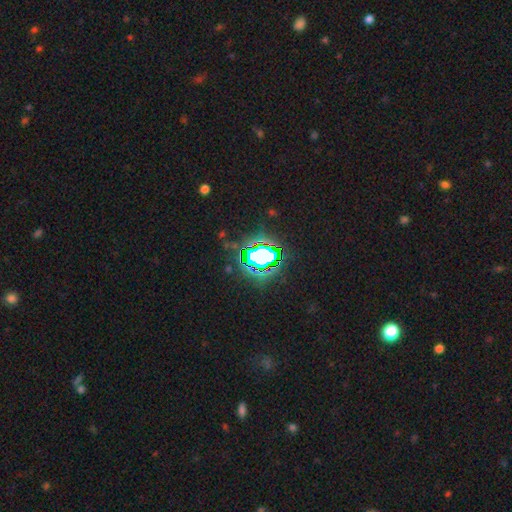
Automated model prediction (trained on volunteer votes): Q: Smooth or featured?
A: star or artifact (71%); runner-up: smooth (17%)